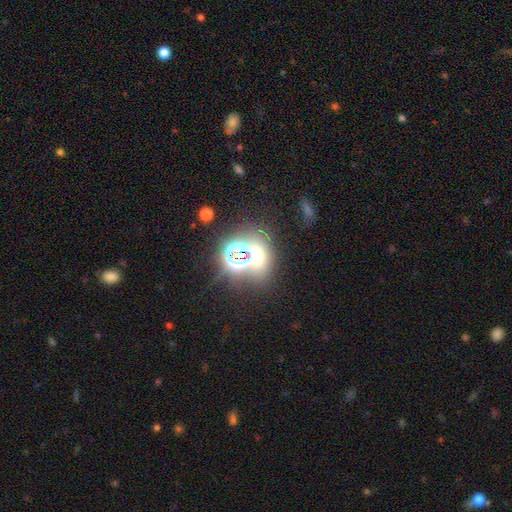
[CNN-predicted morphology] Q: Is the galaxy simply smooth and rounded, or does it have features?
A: star or artifact — 46%.